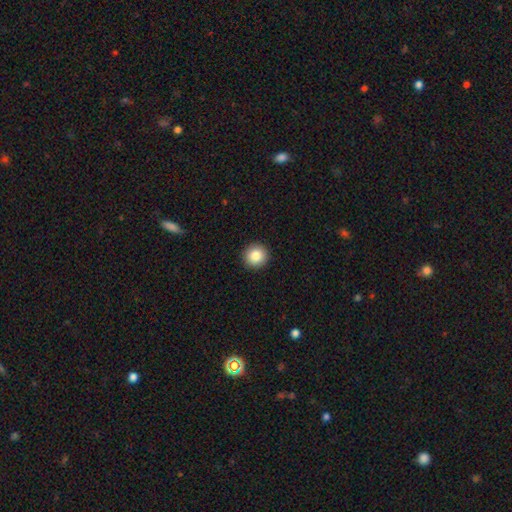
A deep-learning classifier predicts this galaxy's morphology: A smooth galaxy with no disk features (85%) that is round (94%).

Vote fractions:
- Smooth or featured? smooth: 85% / star or artifact: 9% / featured or disk: 6%
- How rounded? round: 94% / in between: 5% / cigar-shaped: 1%
- Merging? none: 93% / minor disturbance: 5% / major disturbance: 1% / merger: 1%